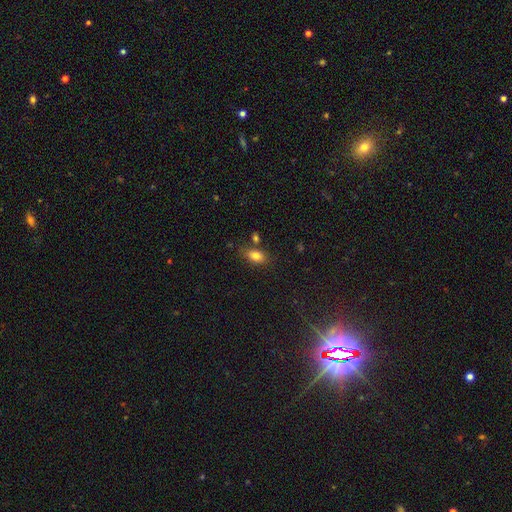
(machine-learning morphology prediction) A smooth galaxy with no disk features (81%) that is in between round and cigar-shaped (85%). Merging: none (73%).